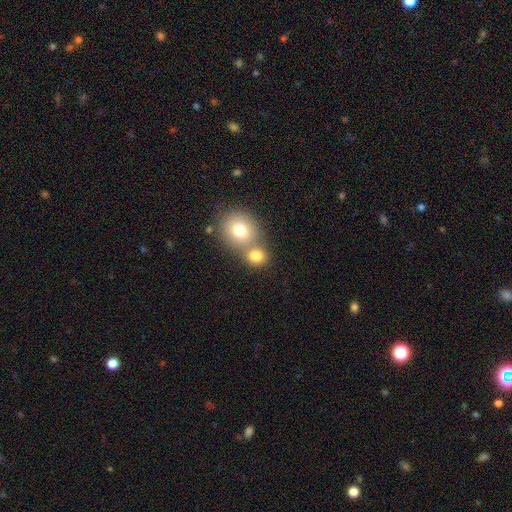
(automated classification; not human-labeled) smooth 79%, star or artifact 11%, featured or disk 10%. Down the decision tree: how rounded — round (75%); merging — none (45%, tied with merger).